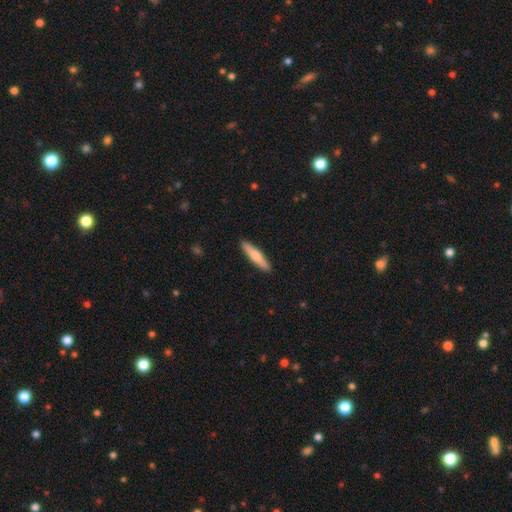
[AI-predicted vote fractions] Smooth or featured? smooth (66%)
How rounded? cigar-shaped (86%)
Merging? none (91%)